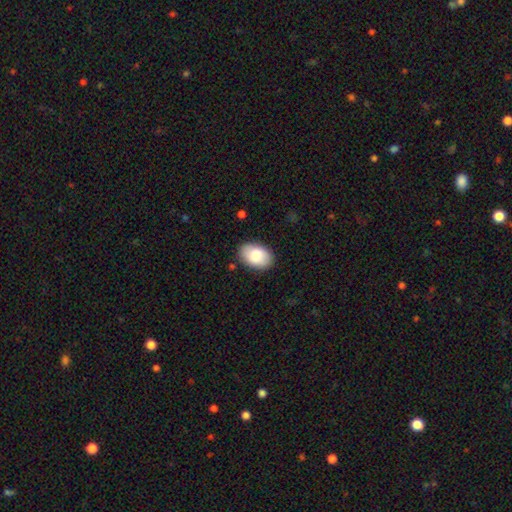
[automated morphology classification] type=smooth (81%); roundness=in between (90%); merging=none (86%).